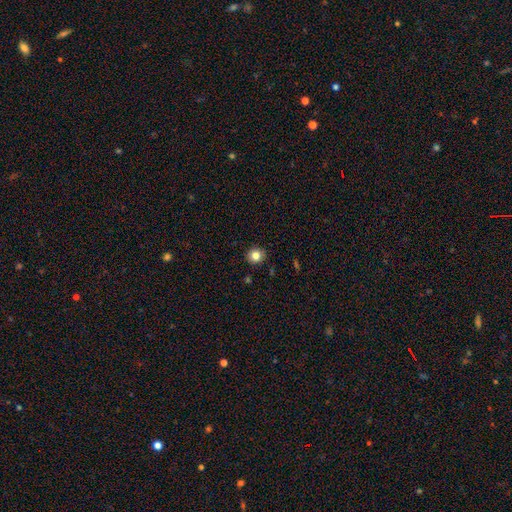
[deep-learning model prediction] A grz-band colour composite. It shows a smooth galaxy with no disk features (82%) that is round (87%). Merging: none (91%).